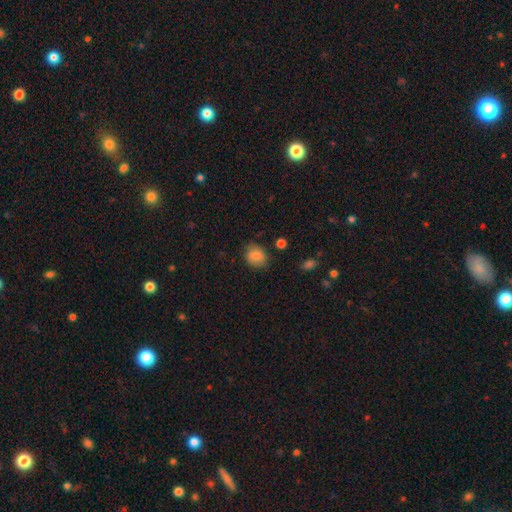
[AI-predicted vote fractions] Overall: smooth (85%). How rounded: round (51%; in between 48%). Merging: none (77%).